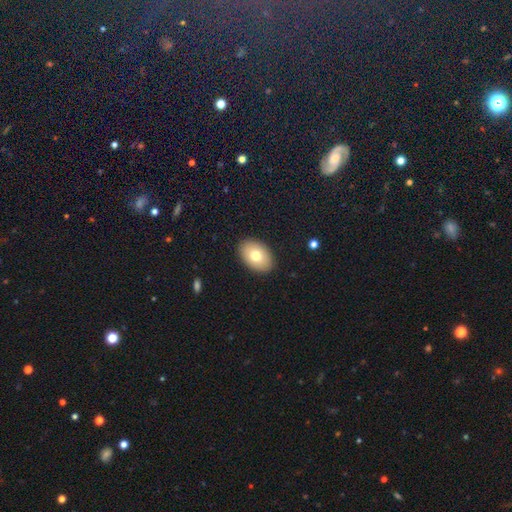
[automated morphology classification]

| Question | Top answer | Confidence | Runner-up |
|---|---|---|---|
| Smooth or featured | smooth | 75% | featured or disk (18%) |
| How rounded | in between | 88% | round (11%) |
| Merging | none | 90% | minor disturbance (8%) |